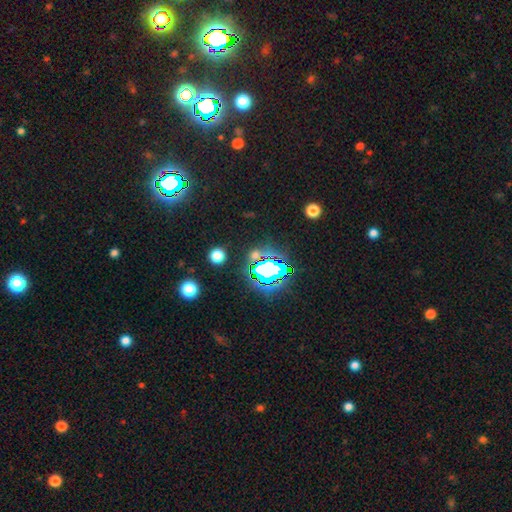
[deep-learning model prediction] This is likely a star or artifact rather than a galaxy (61%).